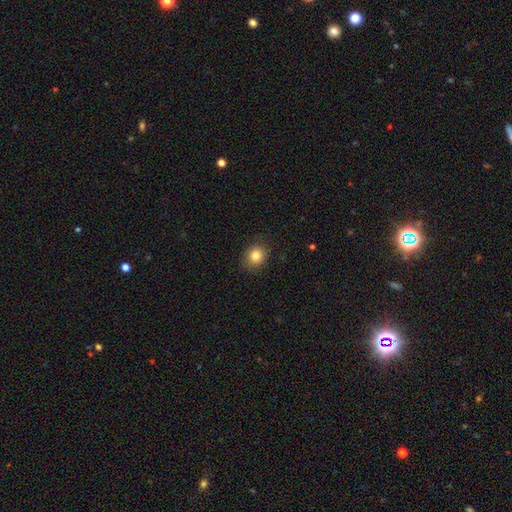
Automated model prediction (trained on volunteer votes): This is clearly a smooth galaxy (83%). How rounded: likely round (69%). Merging: clearly none (86%).